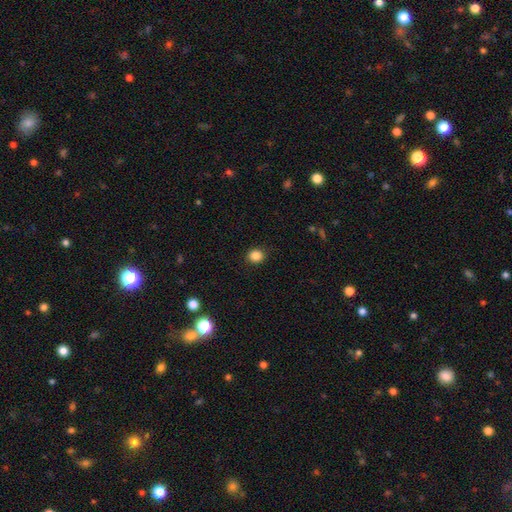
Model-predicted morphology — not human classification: A smooth galaxy with no disk features (86%) that is round (75%).

Vote fractions:
- Smooth or featured? smooth: 86% / star or artifact: 11% / featured or disk: 3%
- How rounded? round: 75% / in between: 24% / cigar-shaped: 1%
- Merging? none: 89% / minor disturbance: 8% / major disturbance: 2% / merger: 1%